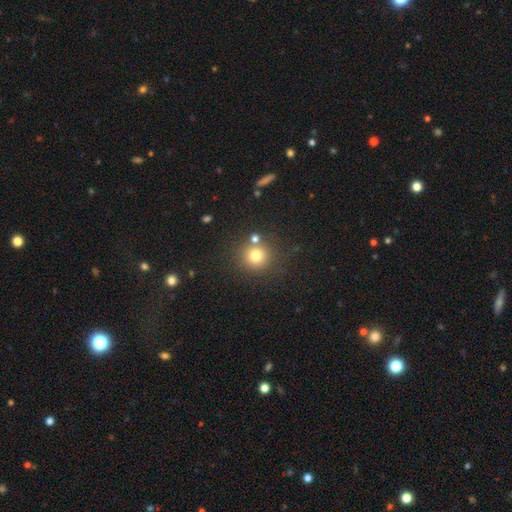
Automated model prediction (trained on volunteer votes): Overall: smooth (75%). How rounded: round (93%). Merging: none (77%).